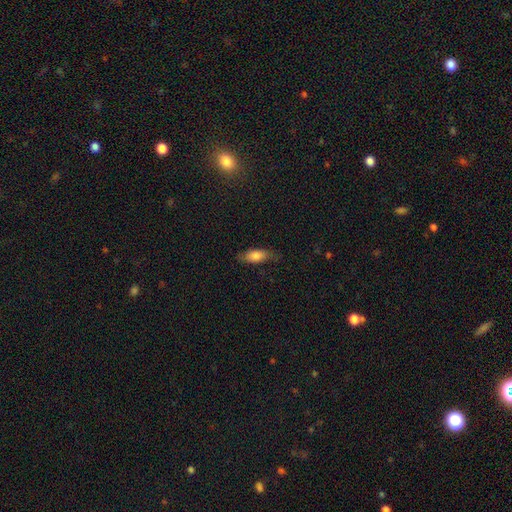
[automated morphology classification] A smooth galaxy with no disk features (75%) that is in between round and cigar-shaped (78%).

Vote fractions:
- Smooth or featured? smooth: 75% / featured or disk: 18% / star or artifact: 7%
- How rounded? in between: 78% / cigar-shaped: 19% / round: 3%
- Merging? none: 70% / minor disturbance: 23% / major disturbance: 6% / merger: 1%